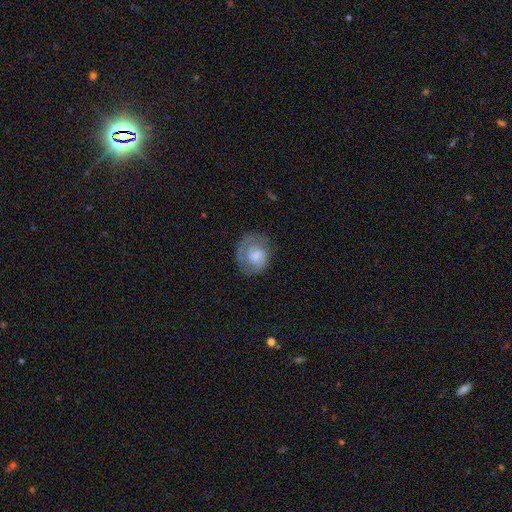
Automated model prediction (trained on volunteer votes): Smooth or featured: featured or disk — 53% (smooth — 39%)
Edge-on disk: no — 98% (yes — 2%)
Bar: no — 55% (weak — 38%)
Spiral arms: yes — 78% (no — 22%)
Bulge size: moderate — 36% (small — 24%)
Merging: none — 58% (minor disturbance — 23%)